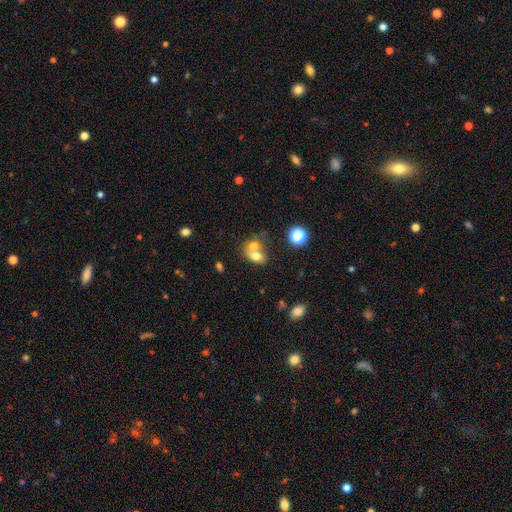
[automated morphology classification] Q: Smooth or featured?
A: smooth (70%); runner-up: featured or disk (19%)
Q: How rounded?
A: in between (71%); runner-up: round (28%)
Q: Merging?
A: merger (66%); runner-up: none (22%)